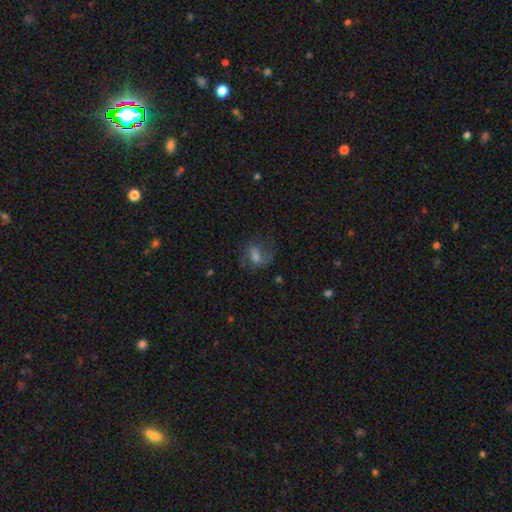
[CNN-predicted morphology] Smooth or featured: featured or disk — 51% (smooth — 37%)
Edge-on disk: no — 96% (yes — 4%)
Merging: none — 52% (major disturbance — 25%)